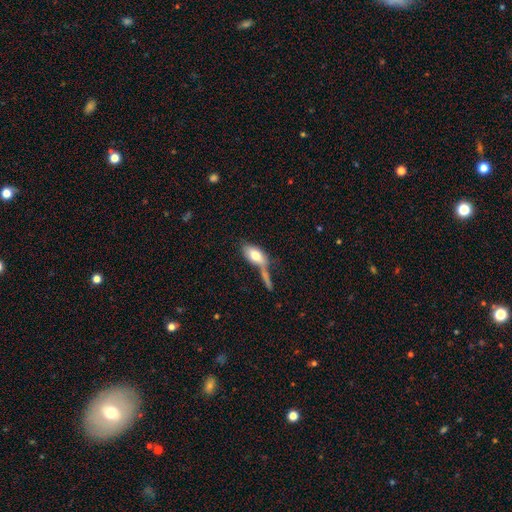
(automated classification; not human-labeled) Smooth or featured? smooth (72%)
How rounded? in between (88%)
Merging? none (36%)